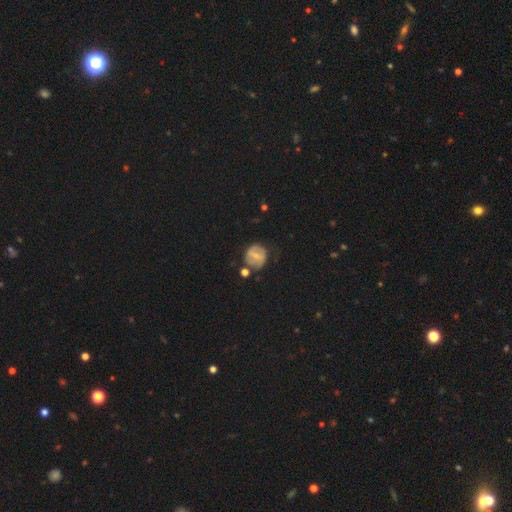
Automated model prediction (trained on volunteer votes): A featured or disk galaxy (47%). Merging: none (61%).